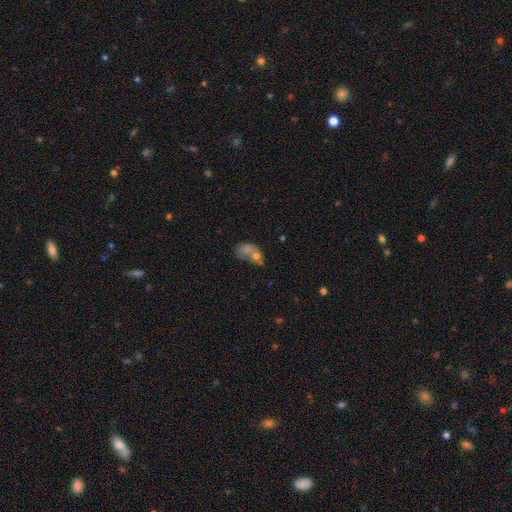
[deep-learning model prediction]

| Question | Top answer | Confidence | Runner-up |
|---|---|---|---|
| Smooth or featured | smooth | 45% | star or artifact (28%) |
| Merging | merger | 37% | none (36%) |